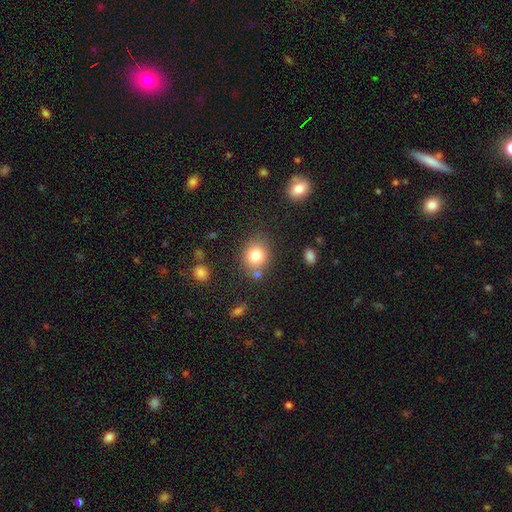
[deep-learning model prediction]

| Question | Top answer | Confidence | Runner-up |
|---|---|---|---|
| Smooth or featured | smooth | 79% | star or artifact (11%) |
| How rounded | round | 70% | in between (30%) |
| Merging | none | 71% | minor disturbance (13%) |